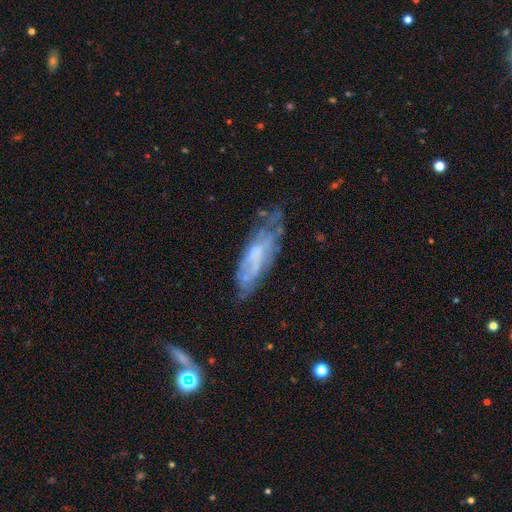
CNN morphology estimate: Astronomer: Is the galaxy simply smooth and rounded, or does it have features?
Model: featured or disk — 57% (runner-up: smooth, 34%).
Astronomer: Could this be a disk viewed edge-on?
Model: no — 73%.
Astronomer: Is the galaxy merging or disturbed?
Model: none — 52% (runner-up: minor disturbance, 30%).